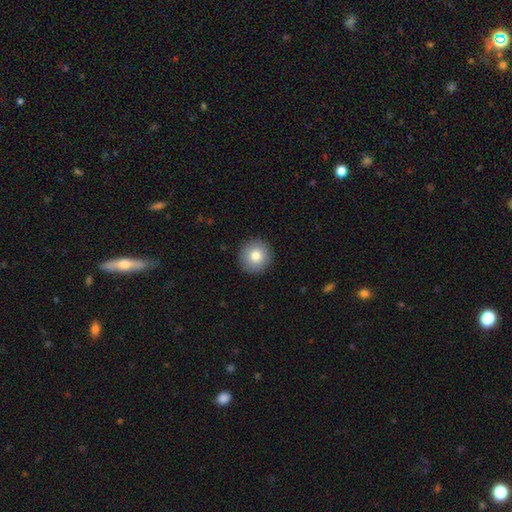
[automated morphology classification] Q: Smooth or featured?
A: smooth (80%); runner-up: featured or disk (11%)
Q: How rounded?
A: round (95%); runner-up: in between (4%)
Q: Merging?
A: none (92%); runner-up: minor disturbance (5%)